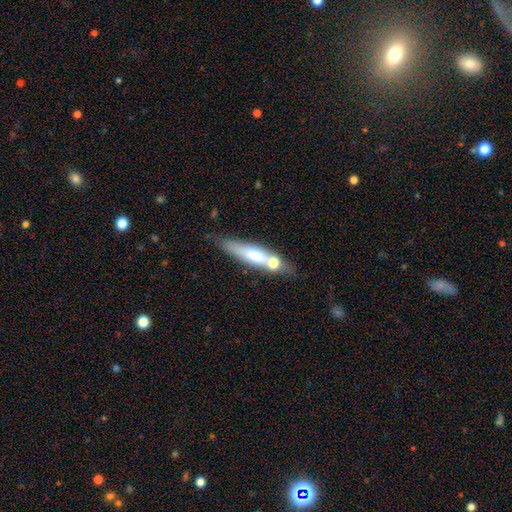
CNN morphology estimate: The model was most divided on "smooth or featured": smooth: 53%, featured or disk: 39%, star or artifact: 7%. More confident: how rounded — cigar-shaped (78%); merging — none (59%).